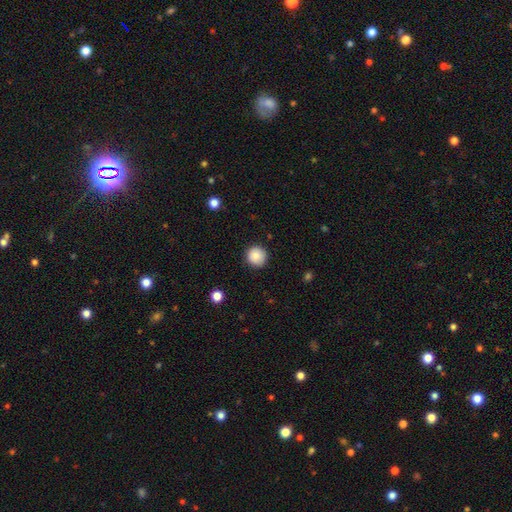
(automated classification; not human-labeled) Smooth or featured?
  - smooth: 85% *
  - star or artifact: 9%
  - featured or disk: 6%
How rounded?
  - round: 95% *
  - in between: 4%
  - cigar-shaped: 1%
Merging?
  - none: 90% *
  - minor disturbance: 7%
  - major disturbance: 2%
  - merger: 1%